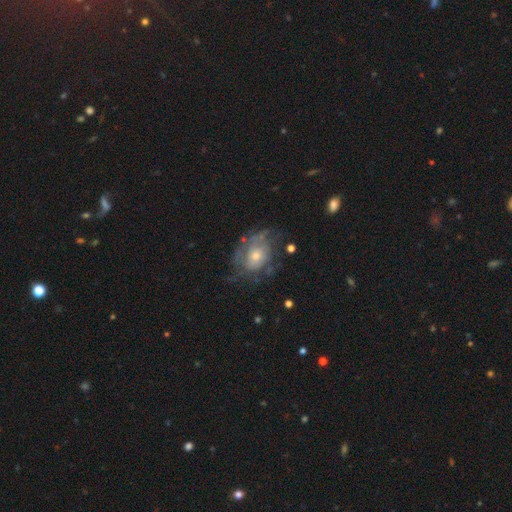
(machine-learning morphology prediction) Smooth or featured? Predicted: featured or disk (p=0.67). Edge-on disk? Predicted: no (p=0.96). Bar? Predicted: no (p=0.80). Spiral arms? Predicted: yes (p=0.65). Bulge size? Predicted: moderate (p=0.50). Merging? Predicted: none (p=0.56).